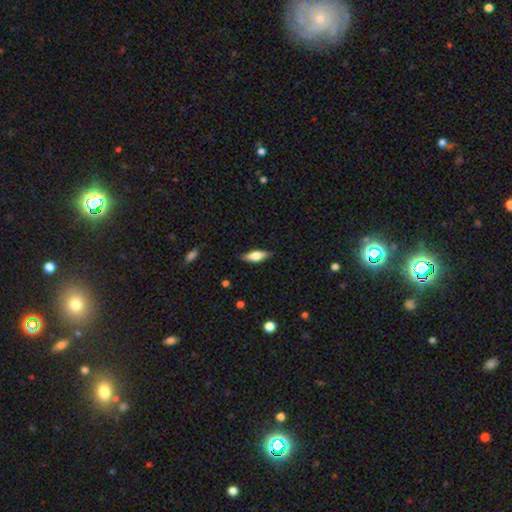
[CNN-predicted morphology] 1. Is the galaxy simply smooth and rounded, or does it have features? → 58% smooth, 35% featured or disk, 7% star or artifact.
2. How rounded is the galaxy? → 62% in between, 35% cigar-shaped, 3% round.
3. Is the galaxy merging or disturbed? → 84% none, 12% minor disturbance, 3% major disturbance, 1% merger.